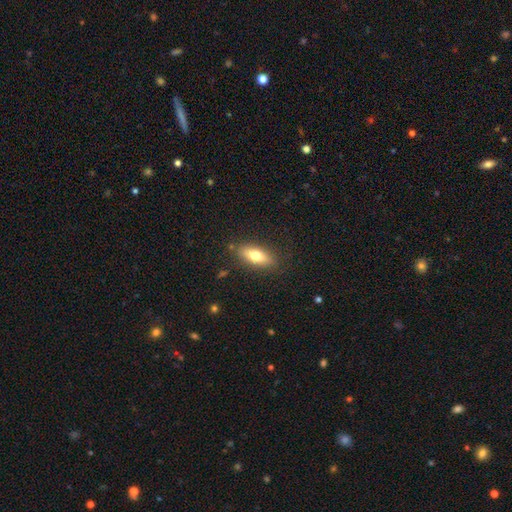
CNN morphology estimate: Overall: smooth (69%). How rounded: in between (74%). Merging: none (85%).